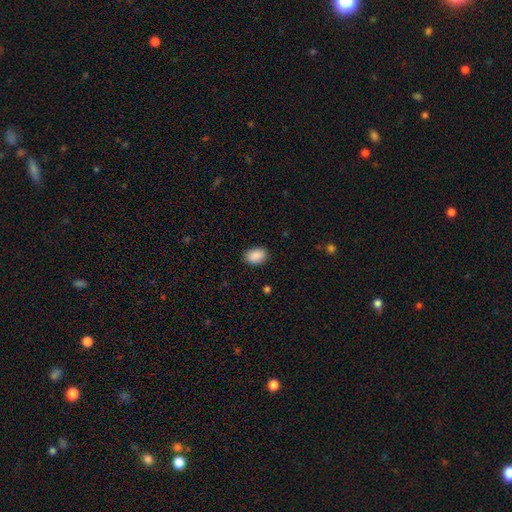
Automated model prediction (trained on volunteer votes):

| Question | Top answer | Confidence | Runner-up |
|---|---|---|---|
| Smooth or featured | smooth | 90% | star or artifact (7%) |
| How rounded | in between | 86% | round (13%) |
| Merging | none | 87% | minor disturbance (10%) |